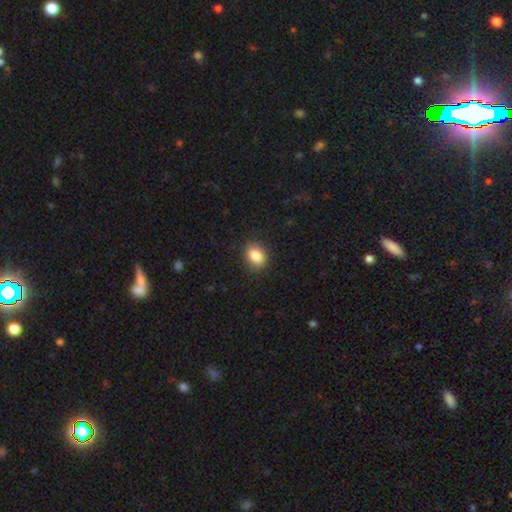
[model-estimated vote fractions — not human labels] Smooth or featured? Predicted: smooth (p=0.86). How rounded? Predicted: in between (p=0.67). Merging? Predicted: none (p=0.87).